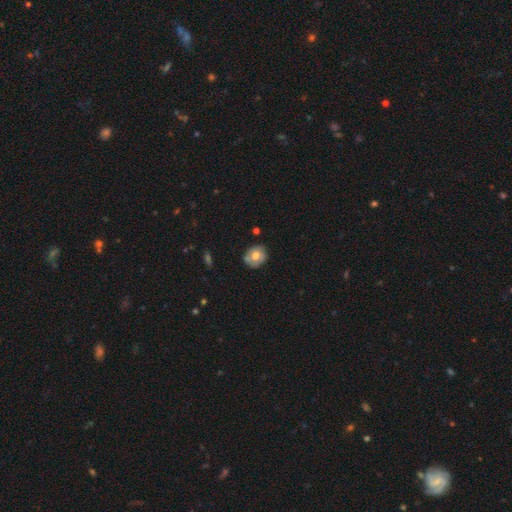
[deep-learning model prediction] Smooth or featured? Predicted: smooth (p=0.62). How rounded? Predicted: round (p=0.72). Merging? Predicted: none (p=0.75).